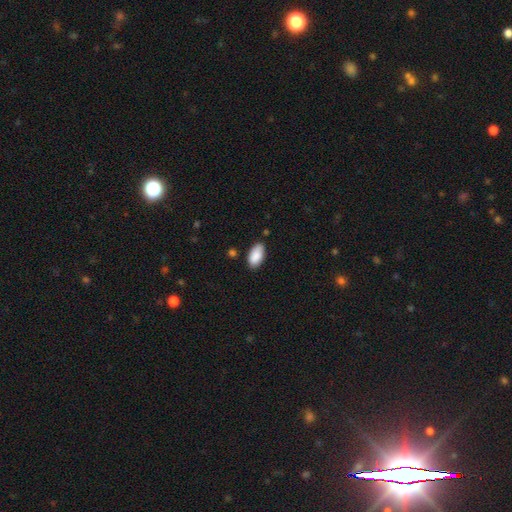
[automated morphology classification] A smooth galaxy with no disk features (89%) that is in between round and cigar-shaped (94%).

Vote fractions:
- Smooth or featured? smooth: 89% / star or artifact: 6% / featured or disk: 5%
- How rounded? in between: 94% / cigar-shaped: 3% / round: 3%
- Merging? none: 78% / minor disturbance: 17% / major disturbance: 3% / merger: 2%